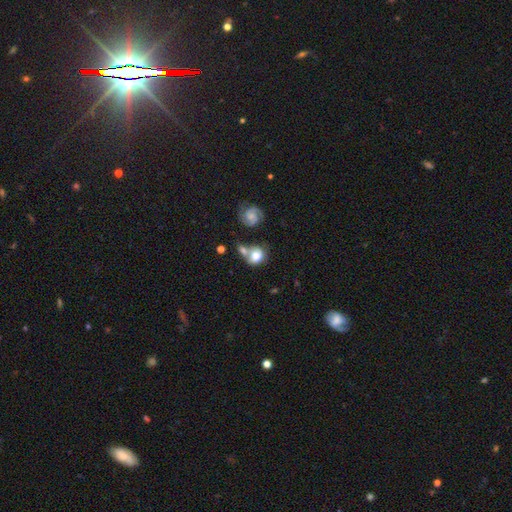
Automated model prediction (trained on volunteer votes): This is likely a smooth galaxy (60%). How rounded: possibly round (56%). Merging: marginally merger (44%).